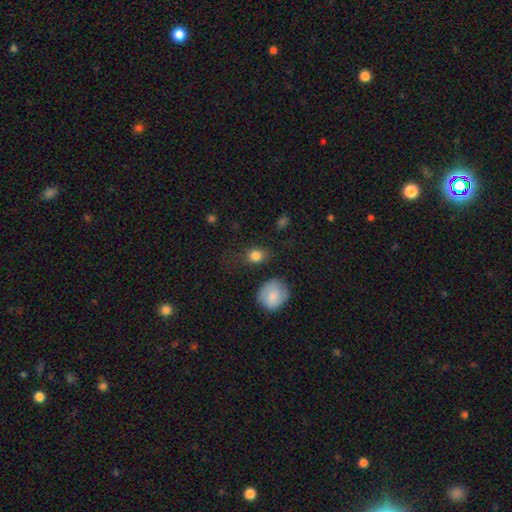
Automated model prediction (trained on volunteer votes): The model was most divided on "how rounded": round: 58%, in between: 40%, cigar-shaped: 2%. More confident: smooth or featured — smooth (85%); merging — none (71%).